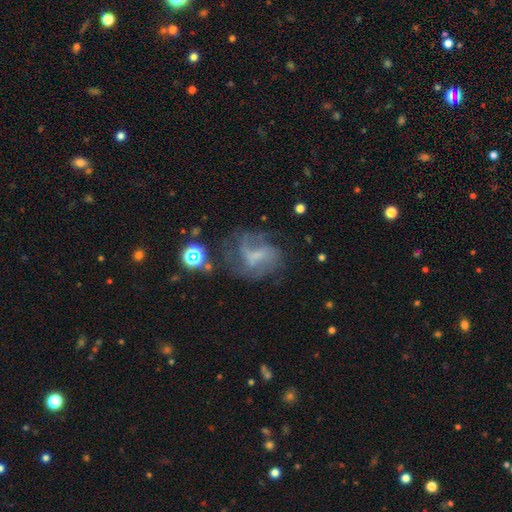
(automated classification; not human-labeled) This is likely a featured or disk galaxy (65%). It is clearly not viewed edge-on (97%). Bar: marginally weak (44%). Spiral arm pattern: likely yes (73%). Central bulge: marginally none (44%). Merging: possibly none (46%).